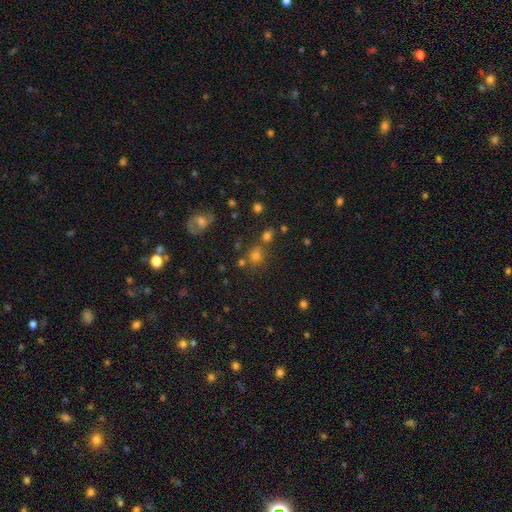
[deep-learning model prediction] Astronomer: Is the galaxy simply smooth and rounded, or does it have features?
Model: smooth — 60%.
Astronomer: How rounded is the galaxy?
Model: round — 83%.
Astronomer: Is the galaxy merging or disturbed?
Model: none — 68%.